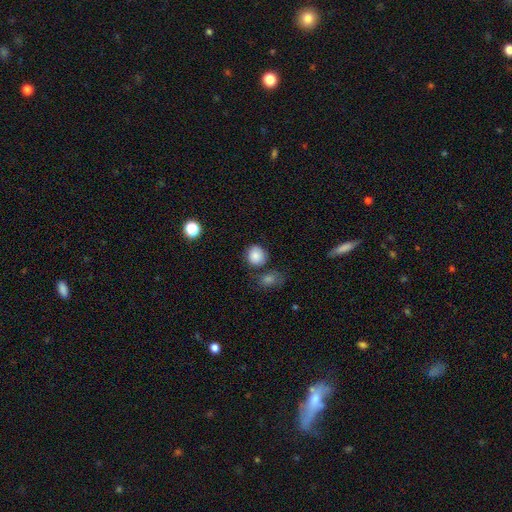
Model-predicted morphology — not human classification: Smooth or featured? smooth (85%)
How rounded? round (80%)
Merging? none (69%)